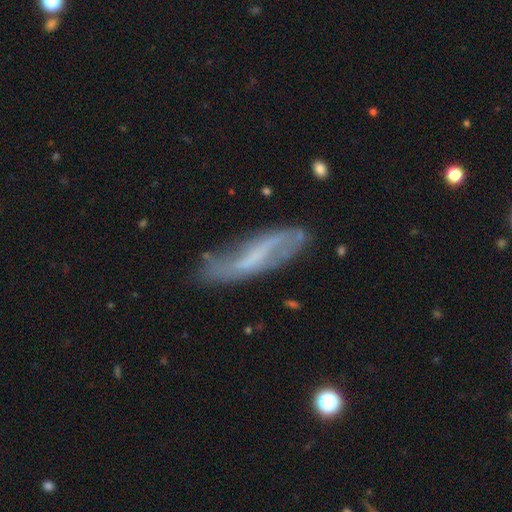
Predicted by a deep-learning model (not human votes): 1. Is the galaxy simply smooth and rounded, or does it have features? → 61% featured or disk, 31% smooth, 8% star or artifact.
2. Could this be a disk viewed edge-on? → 72% no, 28% yes.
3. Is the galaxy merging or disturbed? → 59% none, 26% minor disturbance, 11% major disturbance, 4% merger.